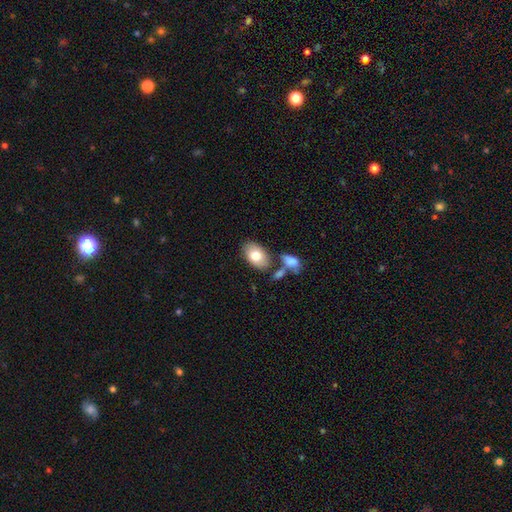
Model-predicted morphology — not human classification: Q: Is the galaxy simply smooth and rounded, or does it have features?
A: smooth — 77%.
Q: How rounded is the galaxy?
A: in between — 90%.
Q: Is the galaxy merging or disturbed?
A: none — 69%.